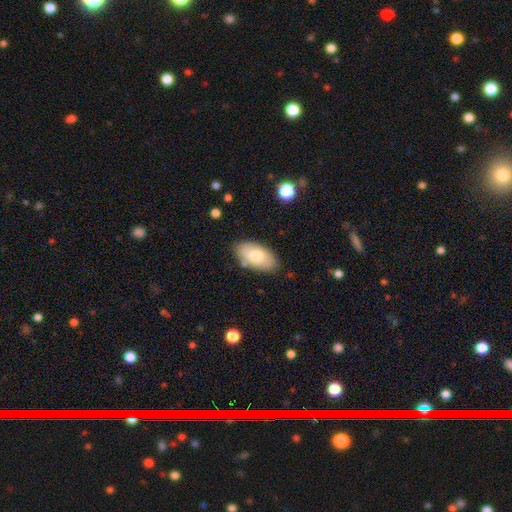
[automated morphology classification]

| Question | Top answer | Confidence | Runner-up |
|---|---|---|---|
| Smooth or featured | smooth | 73% | featured or disk (20%) |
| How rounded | in between | 94% | round (3%) |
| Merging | none | 80% | minor disturbance (15%) |